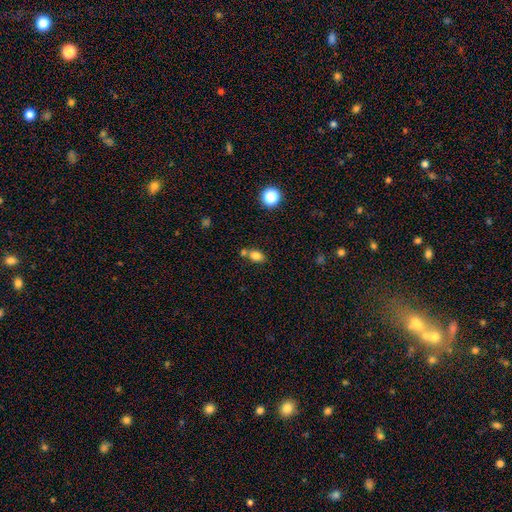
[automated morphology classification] smooth-or-featured: smooth: 80% | star or artifact: 12% | featured or disk: 8%
  how-rounded: in between: 73% | round: 25% | cigar-shaped: 2%
  merging: none: 56% | merger: 27% | minor disturbance: 13% | major disturbance: 4%